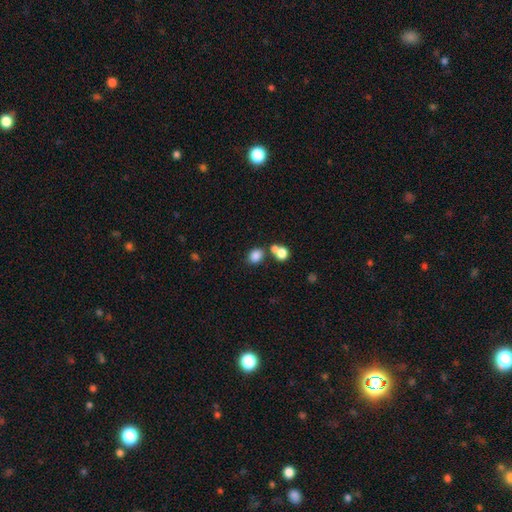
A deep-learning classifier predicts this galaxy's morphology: smooth-or-featured: smooth: 83% | star or artifact: 11% | featured or disk: 6%
  how-rounded: in between: 53% | round: 46% | cigar-shaped: 1%
  merging: none: 62% | merger: 23% | minor disturbance: 11% | major disturbance: 4%